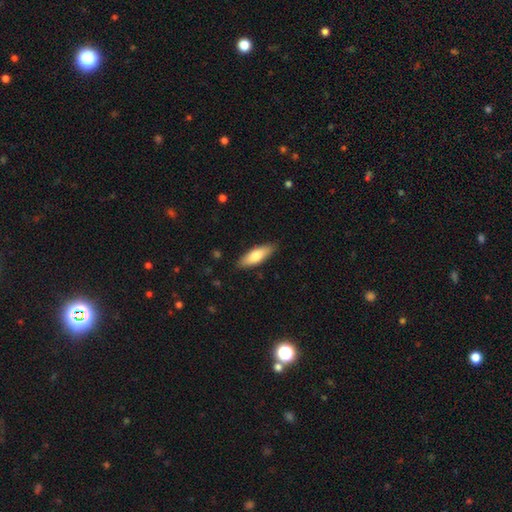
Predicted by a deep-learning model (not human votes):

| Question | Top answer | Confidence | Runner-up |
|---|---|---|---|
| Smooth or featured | smooth | 76% | featured or disk (19%) |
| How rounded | in between | 58% | cigar-shaped (40%) |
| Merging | none | 86% | minor disturbance (11%) |